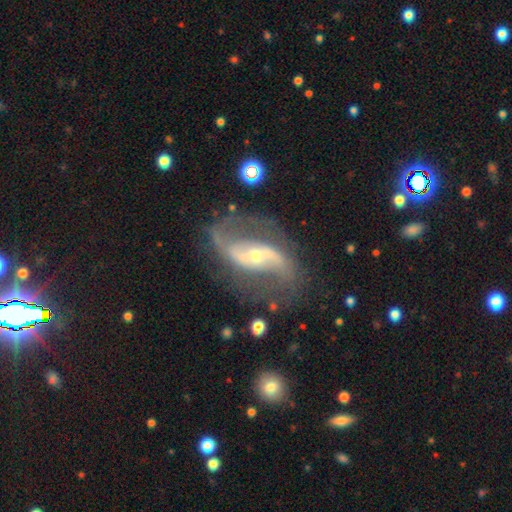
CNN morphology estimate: Smooth or featured? Predicted: featured or disk (p=0.89). Edge-on disk? Predicted: no (p=0.96). Bar? Predicted: strong (p=0.39). Spiral arms? Predicted: yes (p=0.96). Spiral winding? Predicted: loose (p=0.59). Spiral arm count? Predicted: 2 (p=0.92). Bulge size? Predicted: small (p=0.67). Merging? Predicted: none (p=0.71).